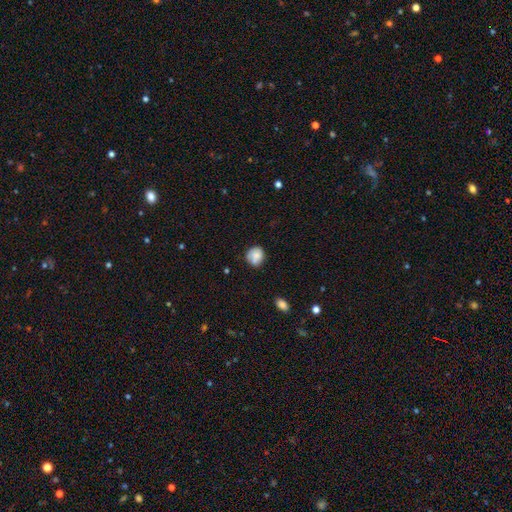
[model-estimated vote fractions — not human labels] A smooth galaxy with no disk features (77%) that is round (79%).

Vote fractions:
- Smooth or featured? smooth: 77% / featured or disk: 14% / star or artifact: 9%
- How rounded? round: 79% / in between: 20% / cigar-shaped: 1%
- Merging? none: 65% / minor disturbance: 24% / major disturbance: 6% / merger: 5%